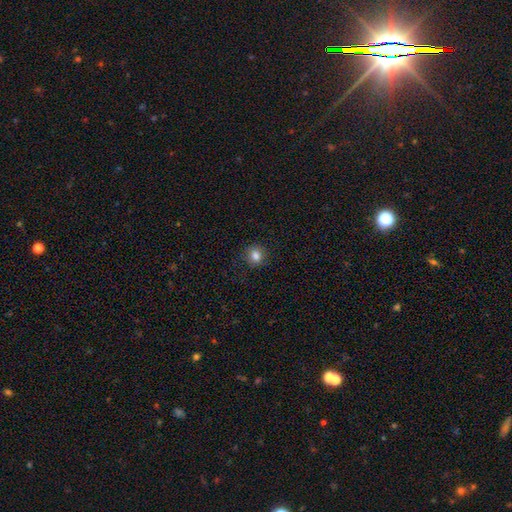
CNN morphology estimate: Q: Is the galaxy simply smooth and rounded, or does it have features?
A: smooth — 84%.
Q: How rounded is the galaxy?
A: round — 84%.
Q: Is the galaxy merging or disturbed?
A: none — 88%.